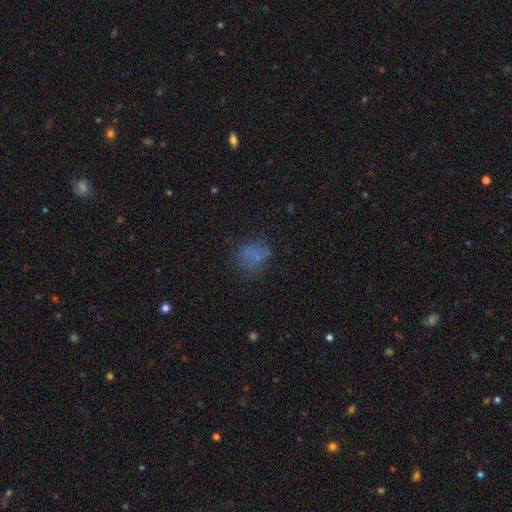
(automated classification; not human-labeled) Smooth or featured? smooth (60%)
How rounded? round (63%)
Merging? none (61%)